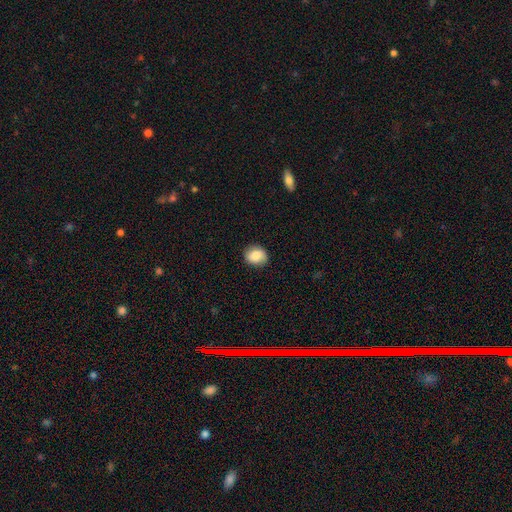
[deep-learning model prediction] Overall: smooth (84%). How rounded: round (60%; in between 39%). Merging: none (84%).